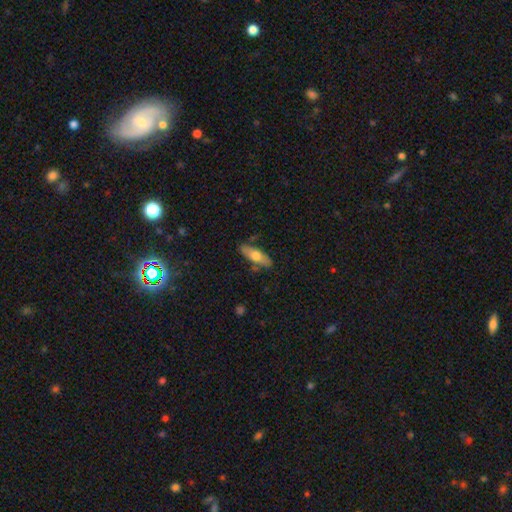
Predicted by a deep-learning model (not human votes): Smooth or featured?
  - smooth: 63% *
  - featured or disk: 31%
  - star or artifact: 6%
How rounded?
  - in between: 59% *
  - cigar-shaped: 39%
  - round: 2%
Merging?
  - none: 79% *
  - minor disturbance: 15%
  - merger: 4%
  - major disturbance: 3%